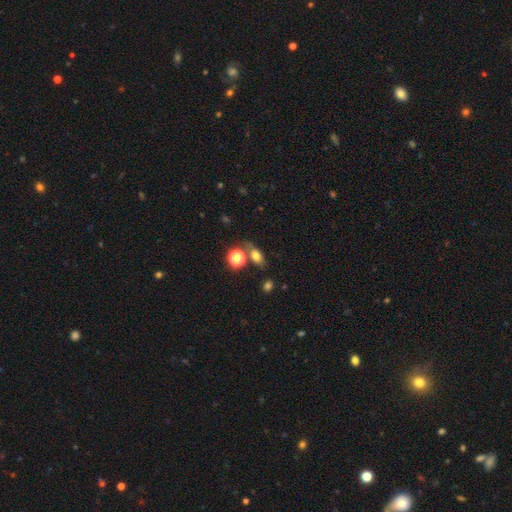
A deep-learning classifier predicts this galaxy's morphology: A smooth galaxy with no disk features (69%) that is in between round and cigar-shaped (69%).

Vote fractions:
- Smooth or featured? smooth: 69% / star or artifact: 16% / featured or disk: 14%
- How rounded? in between: 69% / round: 25% / cigar-shaped: 6%
- Merging? none: 65% / minor disturbance: 15% / merger: 15% / major disturbance: 6%